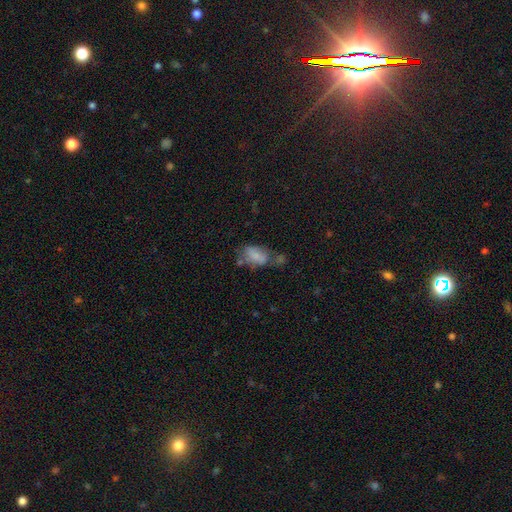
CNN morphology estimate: Smooth or featured: smooth — 71% (featured or disk — 19%)
How rounded: in between — 88% (round — 8%)
Merging: none — 33% (merger — 27%)